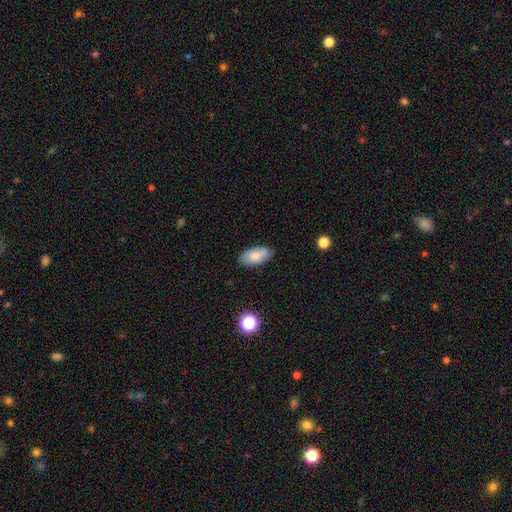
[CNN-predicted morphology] smooth_or_featured: smooth (p=0.74) [alt: featured or disk p=0.19]
how_rounded: in between (p=0.92) [alt: cigar-shaped p=0.05]
merging: none (p=0.80) [alt: minor disturbance p=0.15]